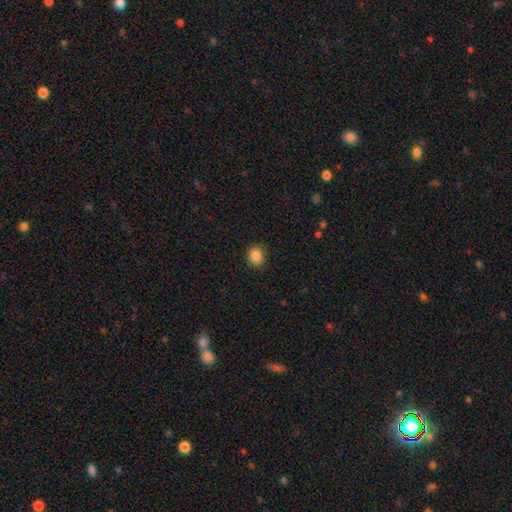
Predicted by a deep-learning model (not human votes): Smooth or featured? smooth (86%)
How rounded? round (75%)
Merging? none (89%)